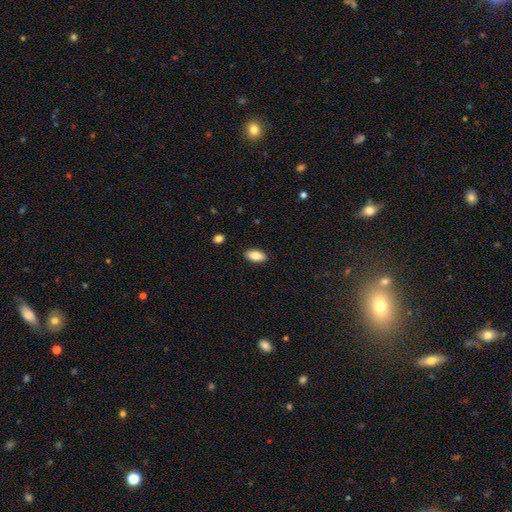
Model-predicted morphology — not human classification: Overall: smooth (85%). How rounded: in between (93%). Merging: none (89%).